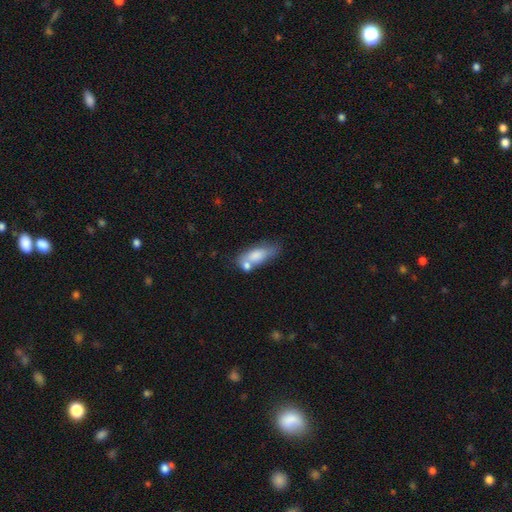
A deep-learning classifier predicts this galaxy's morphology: A smooth galaxy with no disk features (75%) that is in between round and cigar-shaped (74%).

Vote fractions:
- Smooth or featured? smooth: 75% / featured or disk: 18% / star or artifact: 8%
- How rounded? in between: 74% / cigar-shaped: 21% / round: 5%
- Merging? none: 39% / merger: 31% / minor disturbance: 20% / major disturbance: 10%